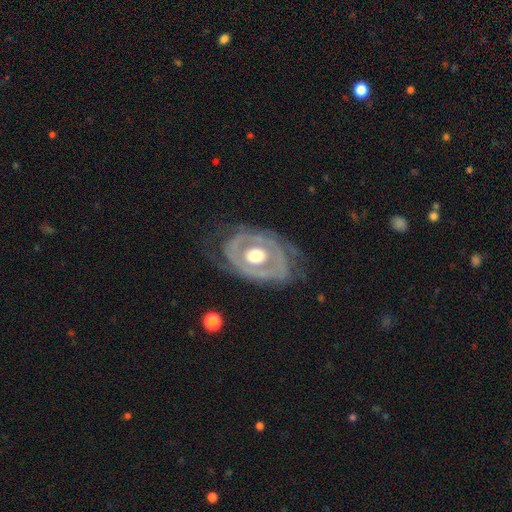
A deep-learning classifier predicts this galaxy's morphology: Q: Smooth or featured?
A: featured or disk (76%); runner-up: smooth (20%)
Q: Edge-on disk?
A: no (94%); runner-up: yes (6%)
Q: Bar?
A: no (86%); runner-up: weak (10%)
Q: Spiral arms?
A: no (57%); runner-up: yes (43%)
Q: Bulge size?
A: moderate (59%); runner-up: large (33%)
Q: Merging?
A: none (63%); runner-up: minor disturbance (21%)